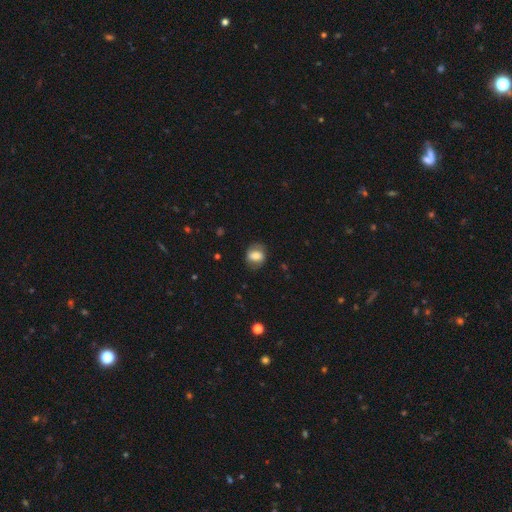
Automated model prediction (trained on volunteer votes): Smooth or featured?
  - smooth: 67% *
  - featured or disk: 24%
  - star or artifact: 8%
How rounded?
  - round: 56% *
  - in between: 43%
  - cigar-shaped: 1%
Merging?
  - none: 75% *
  - minor disturbance: 16%
  - major disturbance: 8%
  - merger: 1%